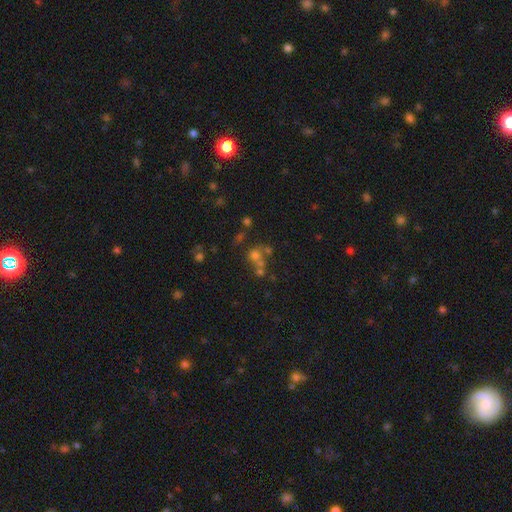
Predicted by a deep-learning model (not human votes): A smooth galaxy with no disk features (55%) that is round (81%). Merging: none (42%).